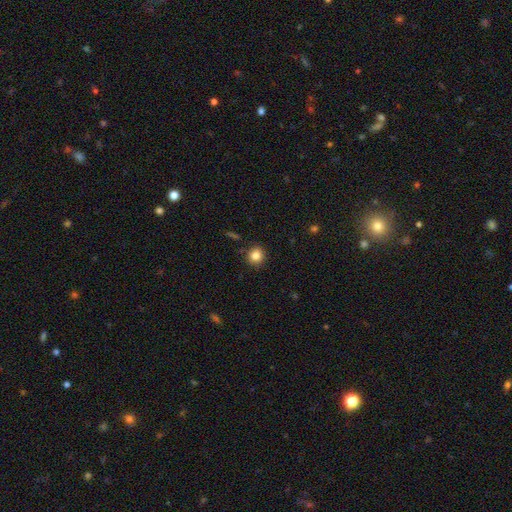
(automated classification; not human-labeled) This is clearly a smooth galaxy (83%). How rounded: clearly round (90%). Merging: clearly none (90%).